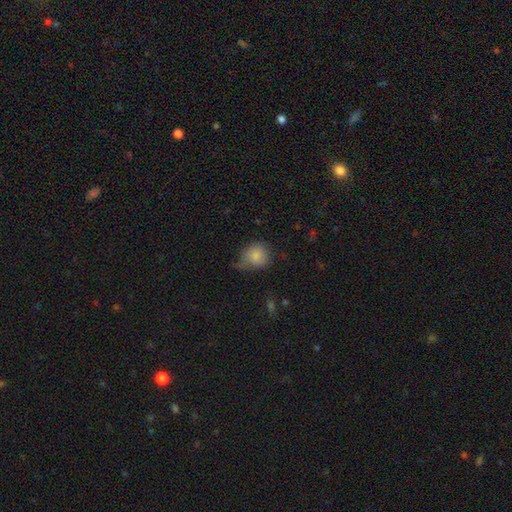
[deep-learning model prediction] Q: Smooth or featured?
A: smooth (82%); runner-up: featured or disk (9%)
Q: How rounded?
A: round (72%); runner-up: in between (27%)
Q: Merging?
A: minor disturbance (41%); runner-up: none (38%)